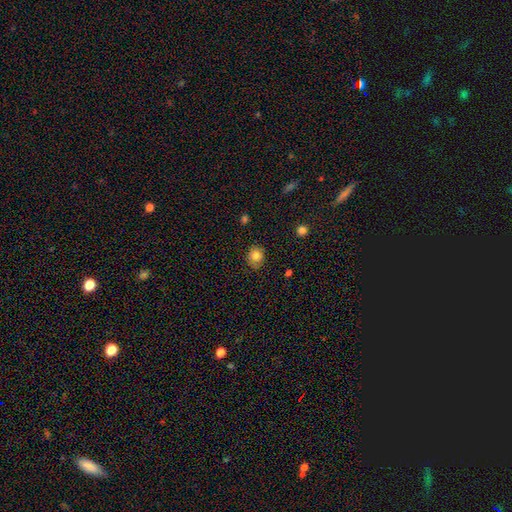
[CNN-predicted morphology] A smooth galaxy with no disk features (81%) that is round (71%).

Vote fractions:
- Smooth or featured? smooth: 81% / star or artifact: 11% / featured or disk: 8%
- How rounded? round: 71% / in between: 28% / cigar-shaped: 1%
- Merging? none: 82% / minor disturbance: 14% / major disturbance: 3% / merger: 1%